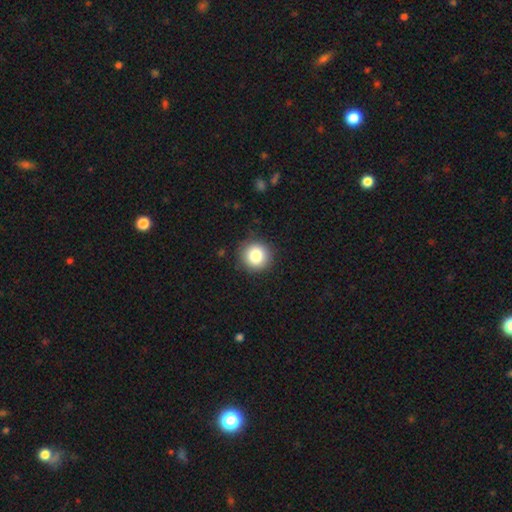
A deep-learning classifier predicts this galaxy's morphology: This appears to be a smooth galaxy with no disk features (82%) that is round (94%). Merging: none (90%).